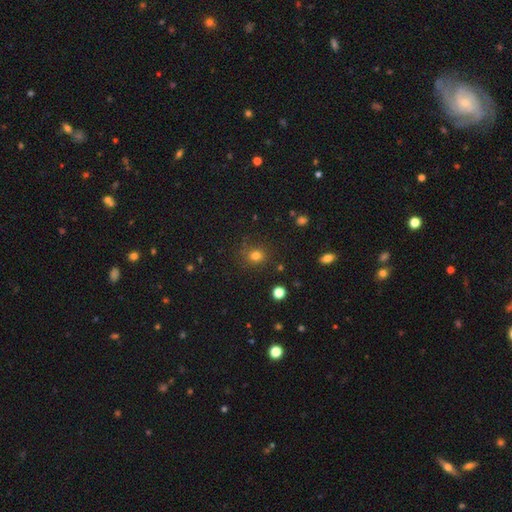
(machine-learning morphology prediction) Smooth or featured? smooth (78%)
How rounded? round (78%)
Merging? none (81%)